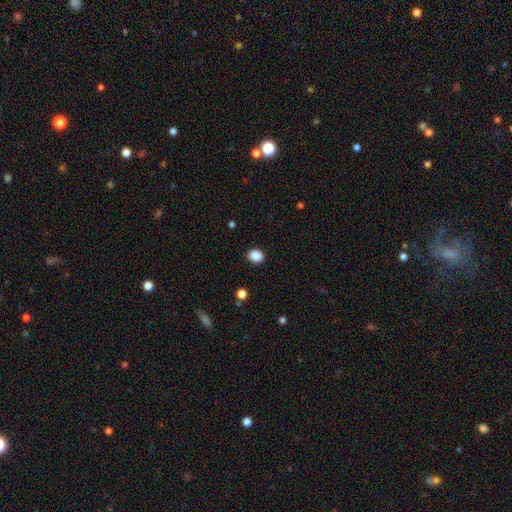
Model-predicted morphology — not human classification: Q: Smooth or featured?
A: smooth (88%); runner-up: star or artifact (10%)
Q: How rounded?
A: round (62%); runner-up: in between (37%)
Q: Merging?
A: none (89%); runner-up: minor disturbance (7%)